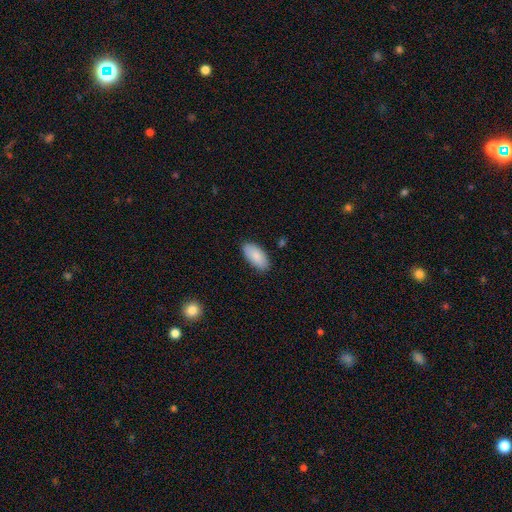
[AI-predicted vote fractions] Q: Smooth or featured?
A: smooth (87%); runner-up: featured or disk (7%)
Q: How rounded?
A: in between (94%); runner-up: cigar-shaped (4%)
Q: Merging?
A: none (85%); runner-up: minor disturbance (11%)